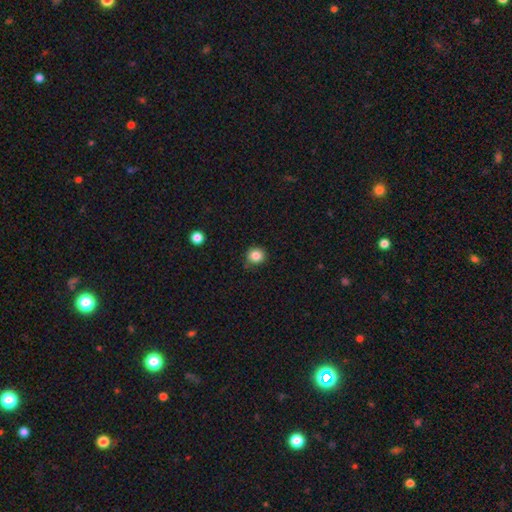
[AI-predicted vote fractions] The model was most divided on "merging": none: 82%, minor disturbance: 14%, major disturbance: 3%, merger: 1%. More confident: how rounded — round (89%); smooth or featured — smooth (84%).